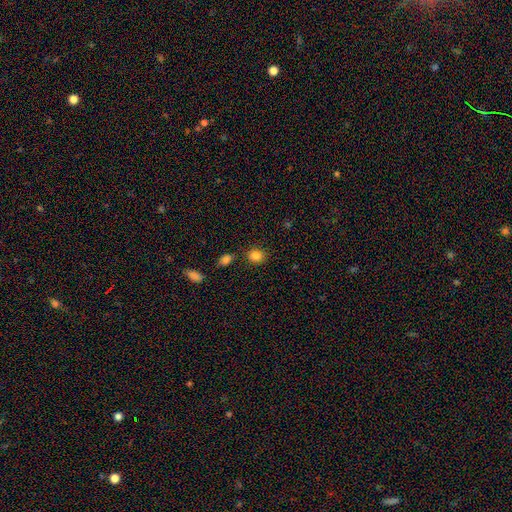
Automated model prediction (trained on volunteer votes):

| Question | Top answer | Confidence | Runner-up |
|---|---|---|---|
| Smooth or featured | smooth | 85% | star or artifact (11%) |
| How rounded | round | 69% | in between (30%) |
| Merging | none | 82% | minor disturbance (10%) |